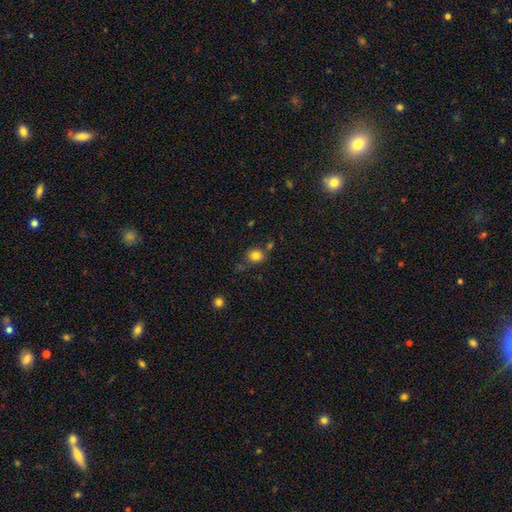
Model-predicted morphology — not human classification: smooth-or-featured: smooth: 81% | star or artifact: 12% | featured or disk: 7%
  how-rounded: round: 75% | in between: 24% | cigar-shaped: 1%
  merging: none: 73% | minor disturbance: 13% | merger: 10% | major disturbance: 4%